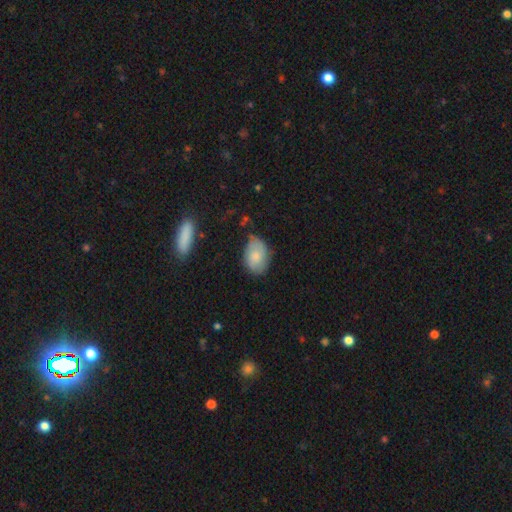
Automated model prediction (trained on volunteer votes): Smooth or featured: smooth — 76% (featured or disk — 17%)
How rounded: in between — 84% (round — 14%)
Merging: none — 61% (minor disturbance — 30%)